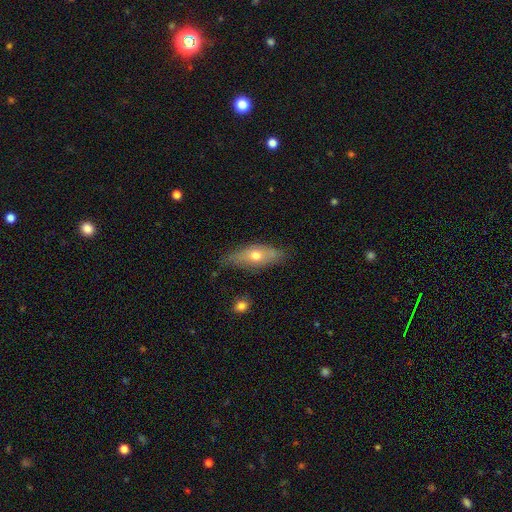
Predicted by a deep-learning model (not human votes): Smooth or featured?
  - smooth: 56% *
  - featured or disk: 37%
  - star or artifact: 7%
How rounded?
  - in between: 71% *
  - cigar-shaped: 24%
  - round: 5%
Merging?
  - none: 65% *
  - minor disturbance: 27%
  - major disturbance: 6%
  - merger: 2%